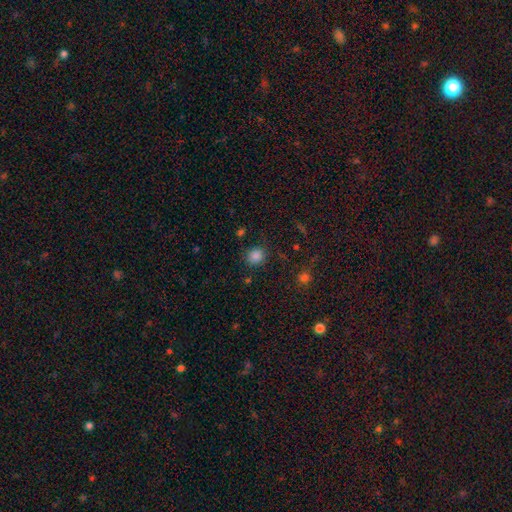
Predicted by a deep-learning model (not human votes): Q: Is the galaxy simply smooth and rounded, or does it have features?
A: smooth — 83%.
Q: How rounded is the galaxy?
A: round — 81%.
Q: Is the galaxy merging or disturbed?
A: none — 81%.